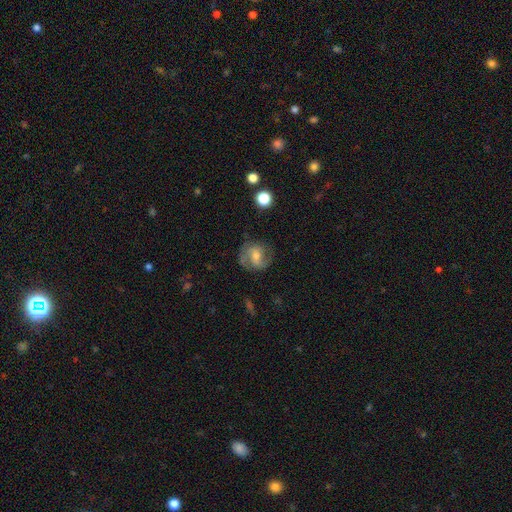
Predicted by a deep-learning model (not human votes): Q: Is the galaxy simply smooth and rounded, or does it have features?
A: featured or disk — 67%.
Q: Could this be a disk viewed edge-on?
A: no — 97%.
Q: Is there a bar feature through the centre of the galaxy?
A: weak — 47%.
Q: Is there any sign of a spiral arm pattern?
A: yes — 90%.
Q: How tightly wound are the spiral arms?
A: medium — 49%.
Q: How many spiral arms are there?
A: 2 — 80%.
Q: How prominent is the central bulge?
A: moderate — 47%.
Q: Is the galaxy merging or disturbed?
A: none — 74%.